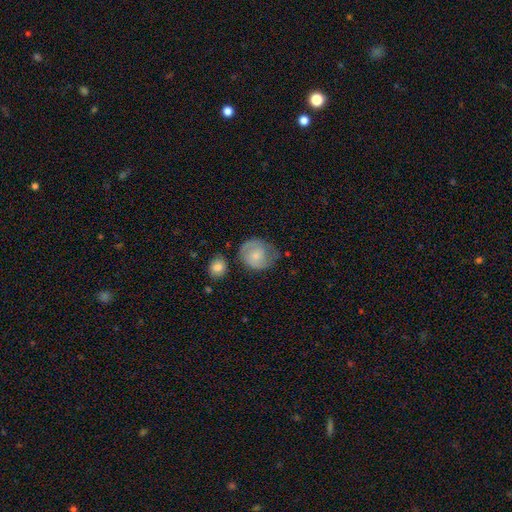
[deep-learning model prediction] A smooth galaxy with no disk features (52%) that is round (75%).

Vote fractions:
- Smooth or featured? smooth: 52% / featured or disk: 41% / star or artifact: 7%
- How rounded? round: 75% / in between: 24% / cigar-shaped: 1%
- Merging? none: 55% / minor disturbance: 28% / major disturbance: 12% / merger: 5%